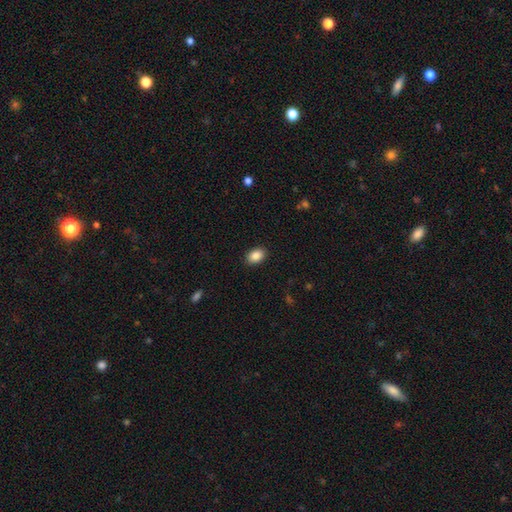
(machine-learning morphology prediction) smooth_or_featured: smooth (p=0.87) [alt: star or artifact p=0.08]
how_rounded: in between (p=0.86) [alt: round p=0.13]
merging: none (p=0.89) [alt: minor disturbance p=0.08]